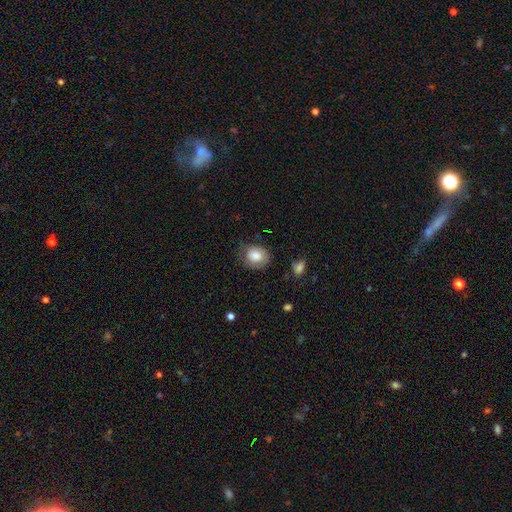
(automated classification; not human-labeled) This appears to be a smooth galaxy with no disk features (81%) that is round (57%). Merging: none (66%).